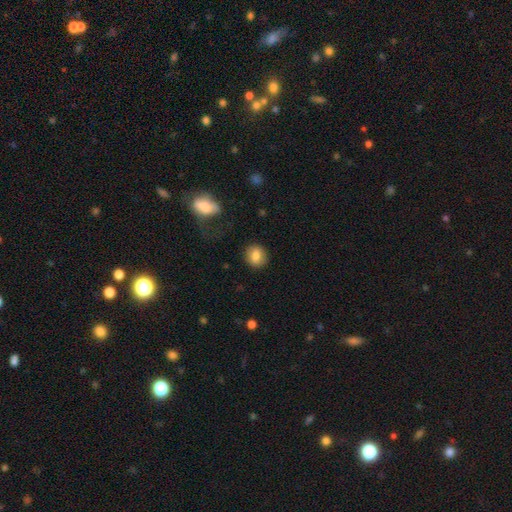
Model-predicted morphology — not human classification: smooth-or-featured: smooth: 82% | featured or disk: 10% | star or artifact: 9%
  how-rounded: round: 75% | in between: 23% | cigar-shaped: 1%
  merging: none: 87% | minor disturbance: 9% | major disturbance: 3% | merger: 2%